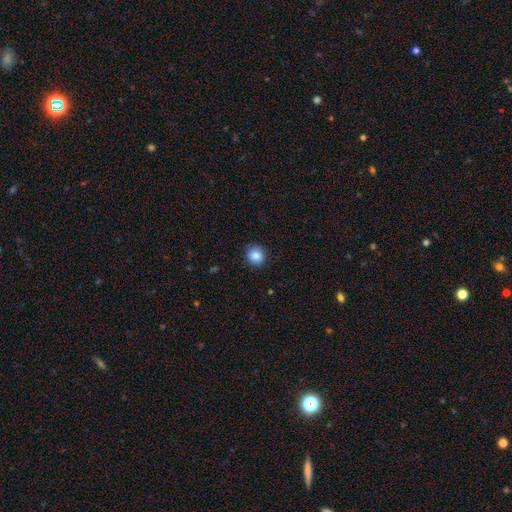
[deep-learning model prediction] smooth 85%, star or artifact 10%, featured or disk 5%. Down the decision tree: how rounded — round (85%); merging — none (89%).